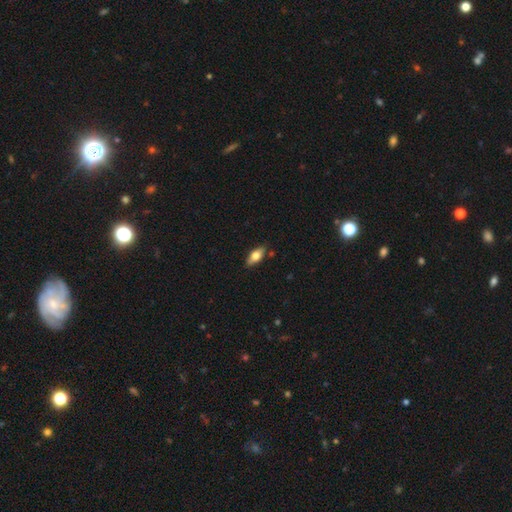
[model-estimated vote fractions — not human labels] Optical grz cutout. It shows a smooth galaxy with no disk features (63%) that is in between round and cigar-shaped (79%). Merging: none (84%).